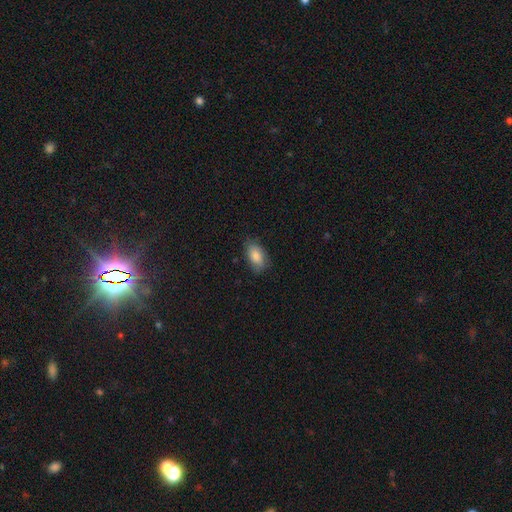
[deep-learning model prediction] This appears to be a smooth galaxy with no disk features (85%) that is in between round and cigar-shaped (92%). Merging: none (77%).